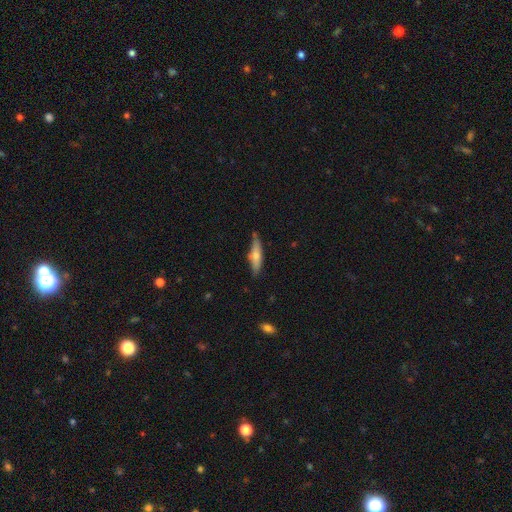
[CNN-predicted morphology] Smooth or featured: smooth — 55% (featured or disk — 39%)
How rounded: cigar-shaped — 75% (in between — 23%)
Merging: none — 75% (minor disturbance — 19%)